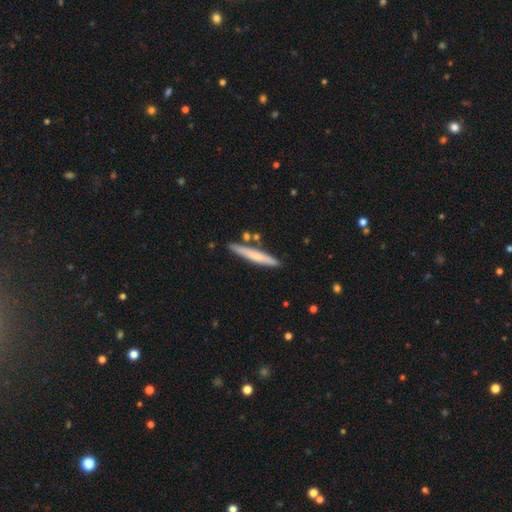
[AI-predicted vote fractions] A smooth galaxy with no disk features (63%) that is cigar-shaped (95%).

Vote fractions:
- Smooth or featured? smooth: 63% / featured or disk: 32% / star or artifact: 6%
- How rounded? cigar-shaped: 95% / in between: 4% / round: 1%
- Merging? none: 83% / minor disturbance: 10% / merger: 5% / major disturbance: 2%